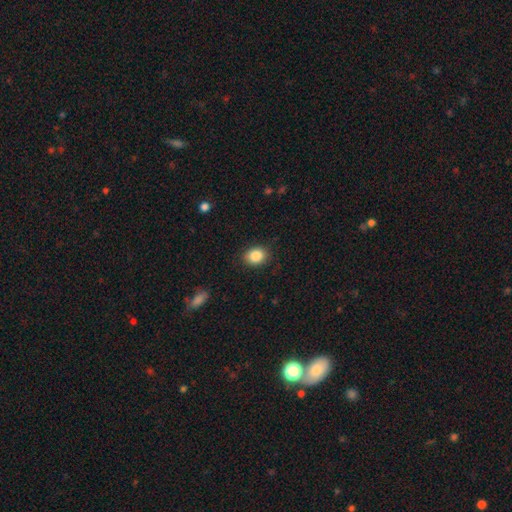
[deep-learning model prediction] Morphology: type=smooth (87%); roundness=round (52%); merging=none (85%).